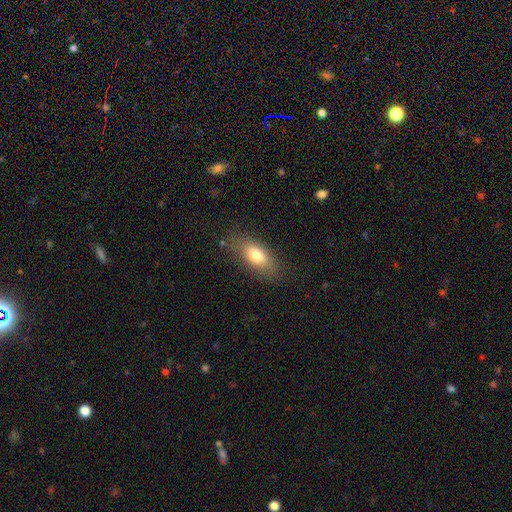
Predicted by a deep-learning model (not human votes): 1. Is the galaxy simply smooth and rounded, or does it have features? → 75% smooth, 17% featured or disk, 8% star or artifact.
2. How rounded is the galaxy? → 78% in between, 16% cigar-shaped, 5% round.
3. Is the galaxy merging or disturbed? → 79% none, 15% minor disturbance, 5% major disturbance, 2% merger.